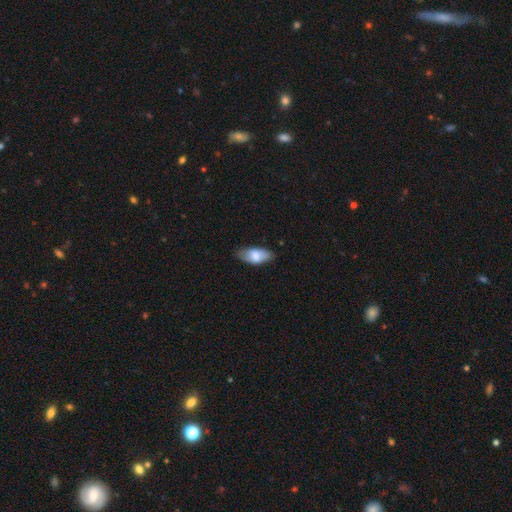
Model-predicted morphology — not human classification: smooth 69%, featured or disk 24%, star or artifact 6%. Down the decision tree: how rounded — in between (86%); merging — none (77%).